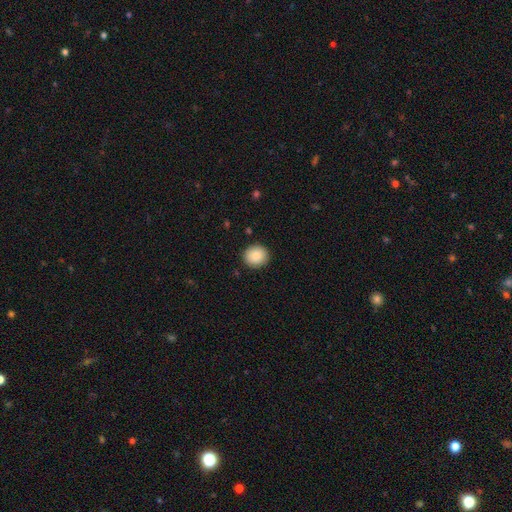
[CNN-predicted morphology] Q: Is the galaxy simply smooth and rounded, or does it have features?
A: smooth — 86%.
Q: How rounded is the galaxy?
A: round — 87%.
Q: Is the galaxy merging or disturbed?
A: none — 91%.